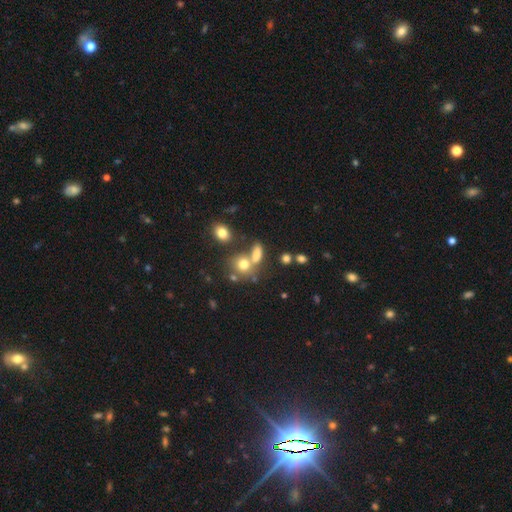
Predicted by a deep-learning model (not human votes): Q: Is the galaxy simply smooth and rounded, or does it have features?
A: smooth — 63%.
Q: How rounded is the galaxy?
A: round — 47%.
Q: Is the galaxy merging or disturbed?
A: none — 47%.